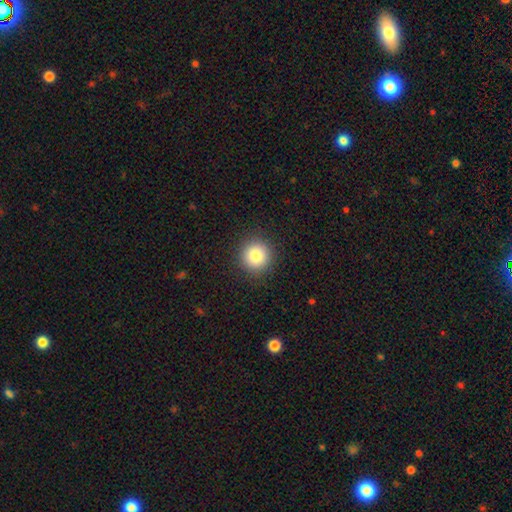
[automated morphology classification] smooth-or-featured: smooth: 83% | star or artifact: 10% | featured or disk: 7%
  how-rounded: round: 94% | in between: 5% | cigar-shaped: 1%
  merging: none: 91% | minor disturbance: 6% | major disturbance: 2% | merger: 1%